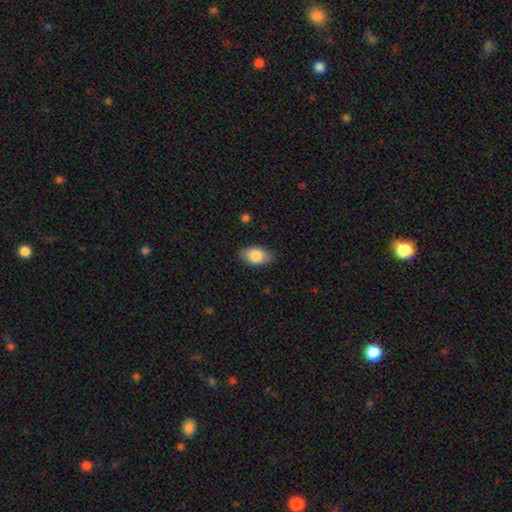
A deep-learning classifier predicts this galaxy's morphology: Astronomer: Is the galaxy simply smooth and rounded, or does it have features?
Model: smooth — 83%.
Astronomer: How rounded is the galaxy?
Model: in between — 91%.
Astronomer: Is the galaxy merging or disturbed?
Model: none — 83%.